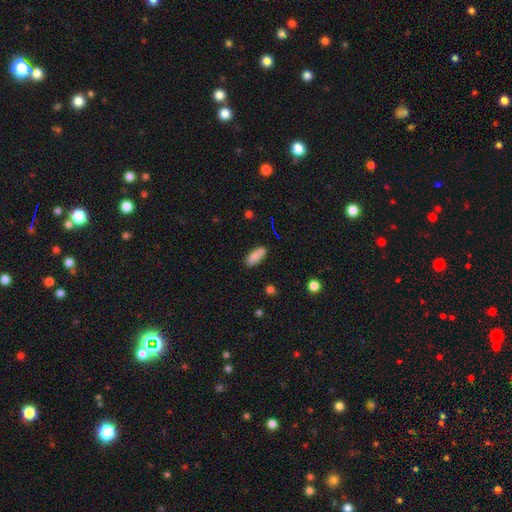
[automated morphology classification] smooth_or_featured: smooth (p=0.84) [alt: featured or disk p=0.08]
how_rounded: in between (p=0.77) [alt: cigar-shaped p=0.20]
merging: none (p=0.76) [alt: minor disturbance p=0.14]